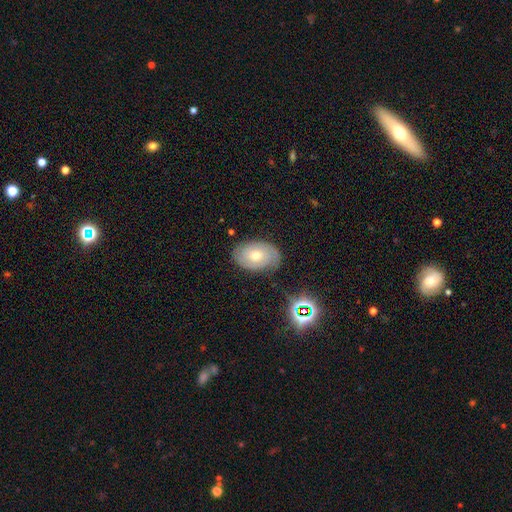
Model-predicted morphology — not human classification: Overall: featured or disk (45%; smooth 43%). Merging: none (78%).